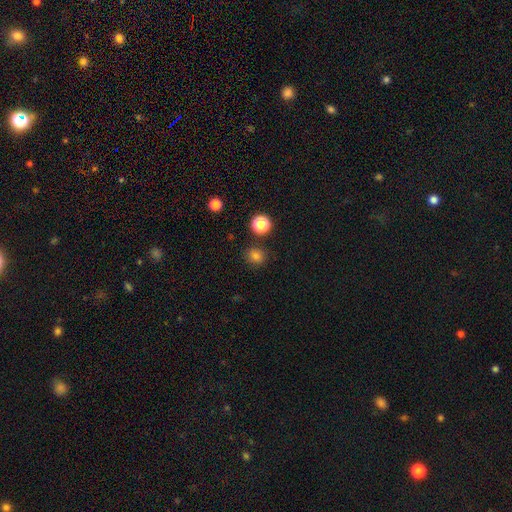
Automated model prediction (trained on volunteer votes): smooth_or_featured: smooth (p=0.79) [alt: star or artifact p=0.16]
how_rounded: round (p=0.75) [alt: in between p=0.25]
merging: none (p=0.84) [alt: minor disturbance p=0.09]